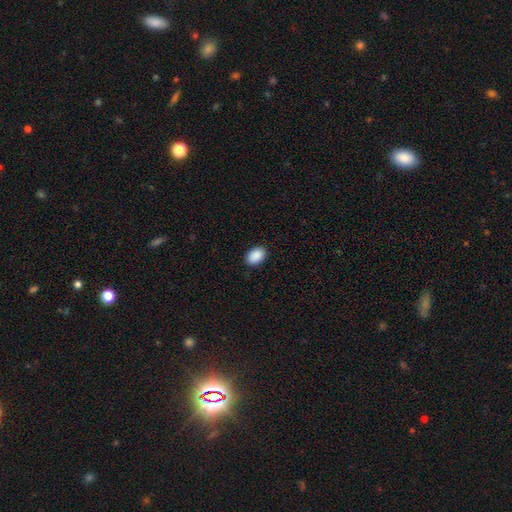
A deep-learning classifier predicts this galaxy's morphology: Smooth or featured?
  - smooth: 91% *
  - star or artifact: 7%
  - featured or disk: 2%
How rounded?
  - in between: 86% *
  - round: 13%
  - cigar-shaped: 1%
Merging?
  - none: 90% *
  - minor disturbance: 7%
  - major disturbance: 2%
  - merger: 1%